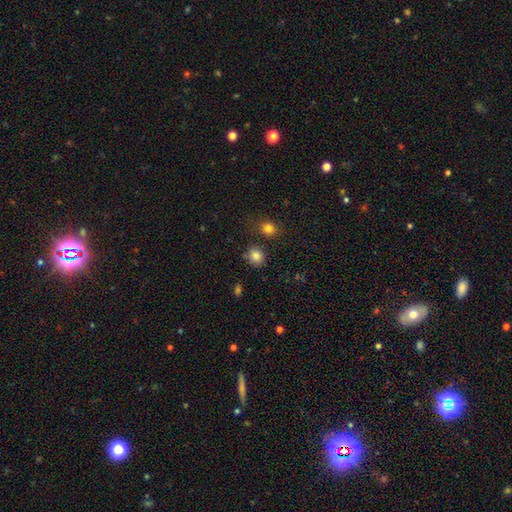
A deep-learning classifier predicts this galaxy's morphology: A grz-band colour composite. It shows a smooth galaxy with no disk features (84%) that is round (71%). Merging: none (79%).